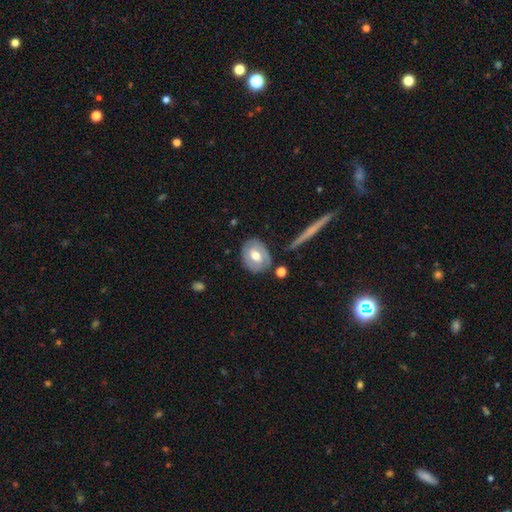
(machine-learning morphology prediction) The model was most divided on "smooth or featured": smooth: 48%, featured or disk: 46%, star or artifact: 6%. More confident: merging — none (77%).